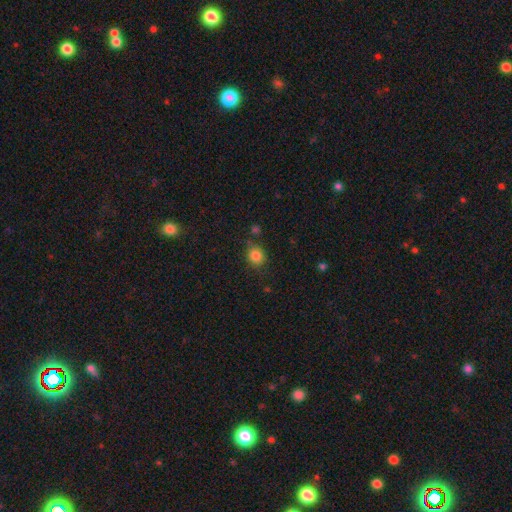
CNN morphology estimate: Smooth or featured? Predicted: smooth (p=0.84). How rounded? Predicted: round (p=0.74). Merging? Predicted: none (p=0.78).